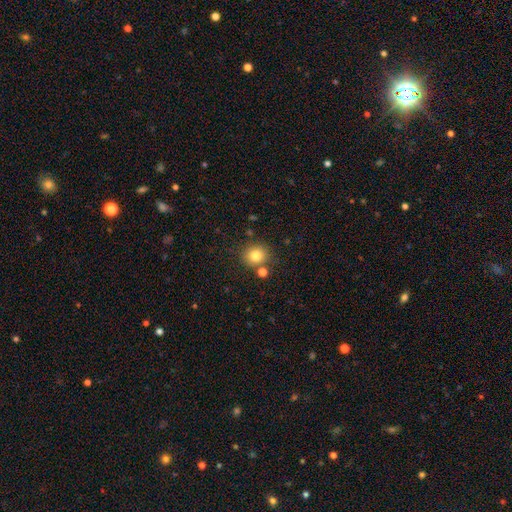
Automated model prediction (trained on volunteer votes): A smooth galaxy with no disk features (80%) that is round (82%). Merging: none (79%).